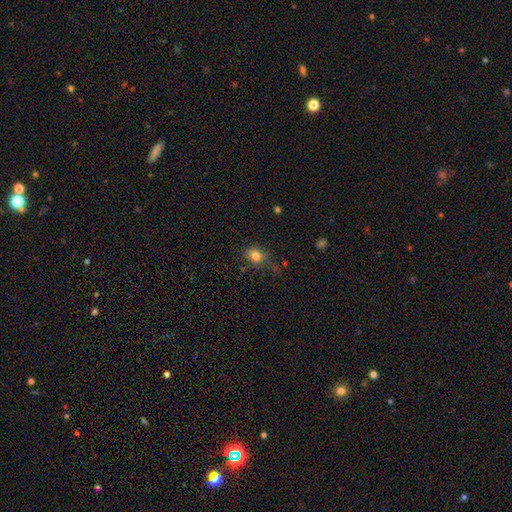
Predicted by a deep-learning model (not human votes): A smooth galaxy with no disk features (79%) that is round (59%).

Vote fractions:
- Smooth or featured? smooth: 79% / star or artifact: 12% / featured or disk: 8%
- How rounded? round: 59% / in between: 40% / cigar-shaped: 1%
- Merging? none: 62% / minor disturbance: 24% / major disturbance: 10% / merger: 4%